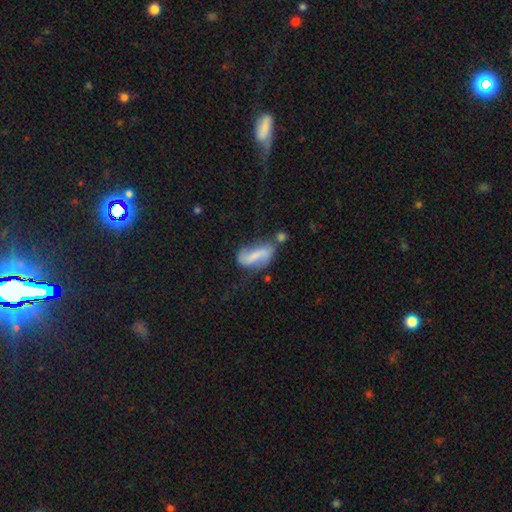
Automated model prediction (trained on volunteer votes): A smooth galaxy with no disk features (49%).

Vote fractions:
- Smooth or featured? smooth: 49% / featured or disk: 43% / star or artifact: 9%
- Merging? none: 35% / minor disturbance: 26% / merger: 21% / major disturbance: 18%